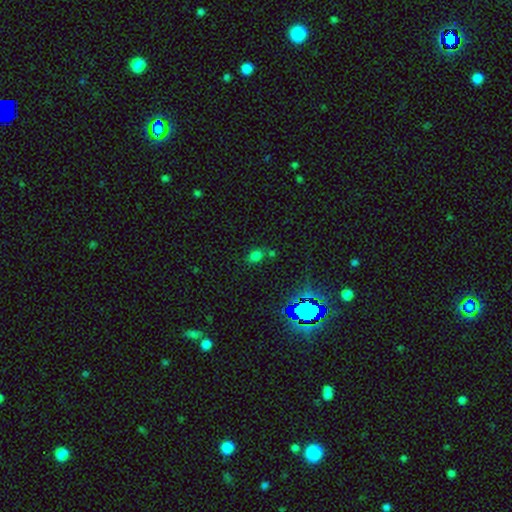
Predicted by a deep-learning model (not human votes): Q: Smooth or featured?
A: smooth (64%); runner-up: star or artifact (30%)
Q: How rounded?
A: in between (68%); runner-up: round (30%)
Q: Merging?
A: none (67%); runner-up: merger (14%)